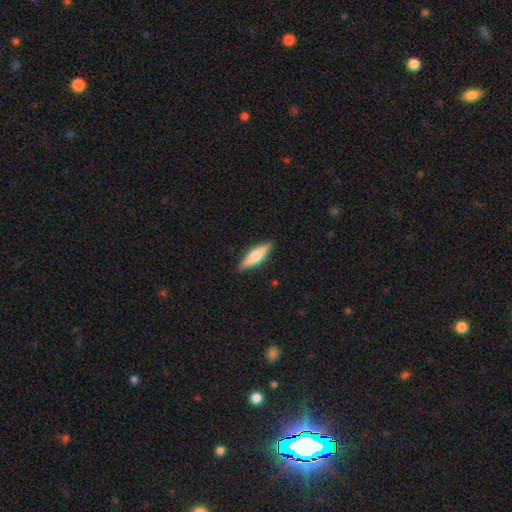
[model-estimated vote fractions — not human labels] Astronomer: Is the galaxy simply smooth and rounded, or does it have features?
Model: smooth — 58% (runner-up: featured or disk, 36%).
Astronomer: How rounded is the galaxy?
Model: cigar-shaped — 60% (runner-up: in between, 38%).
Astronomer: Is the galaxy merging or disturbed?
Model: none — 88%.